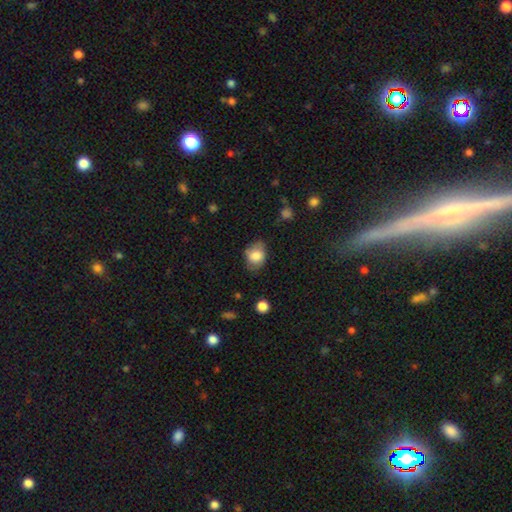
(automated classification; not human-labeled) smooth 79%, featured or disk 13%, star or artifact 8%. Down the decision tree: how rounded — in between (65%); merging — none (62%).